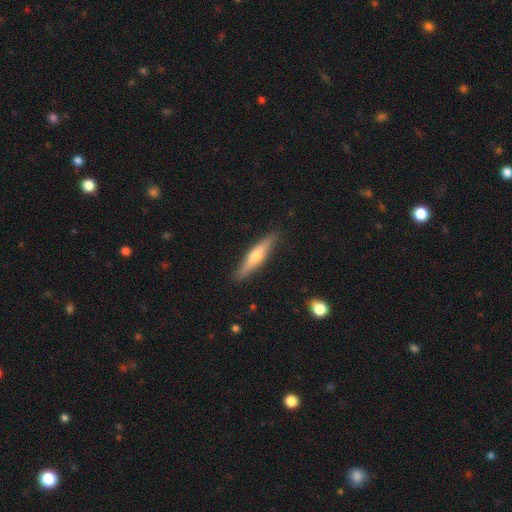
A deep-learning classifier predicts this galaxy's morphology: Smooth or featured: featured or disk — 56% (smooth — 39%)
Edge-on disk: yes — 95% (no — 5%)
Edge-on bulge: rounded — 86% (none — 7%)
Merging: none — 89% (minor disturbance — 8%)